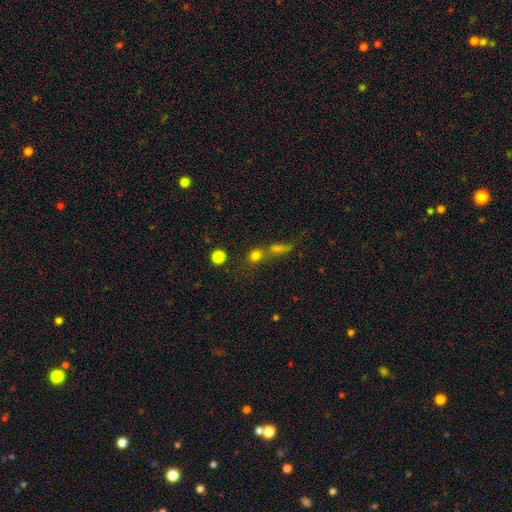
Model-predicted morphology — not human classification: A smooth galaxy with no disk features (75%) that is round (74%). Merging: none (50%).